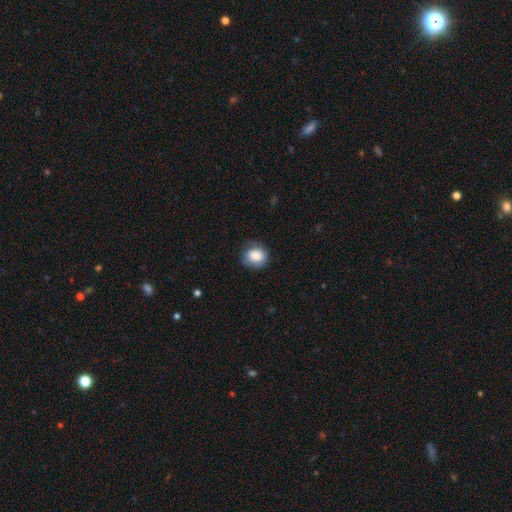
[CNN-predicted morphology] This is clearly a smooth galaxy (83%). How rounded: likely round (67%). Merging: likely none (71%).